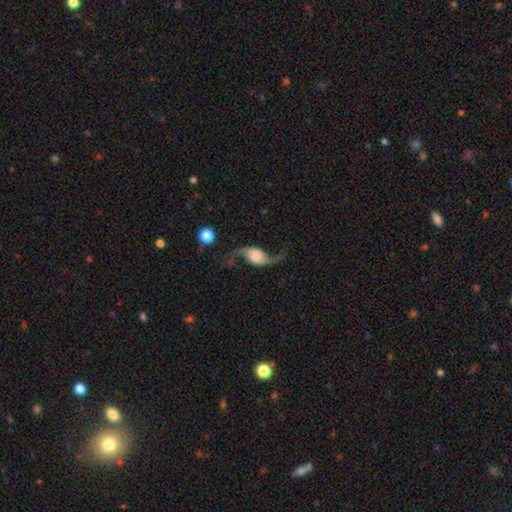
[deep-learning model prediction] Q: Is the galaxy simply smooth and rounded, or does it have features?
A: featured or disk — 87%.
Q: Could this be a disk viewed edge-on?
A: no — 96%.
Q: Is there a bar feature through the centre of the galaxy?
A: no — 49%.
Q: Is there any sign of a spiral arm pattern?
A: yes — 97%.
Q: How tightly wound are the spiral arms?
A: loose — 93%.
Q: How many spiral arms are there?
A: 2 — 94%.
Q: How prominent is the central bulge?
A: none — 30%.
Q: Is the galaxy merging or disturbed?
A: none — 73%.